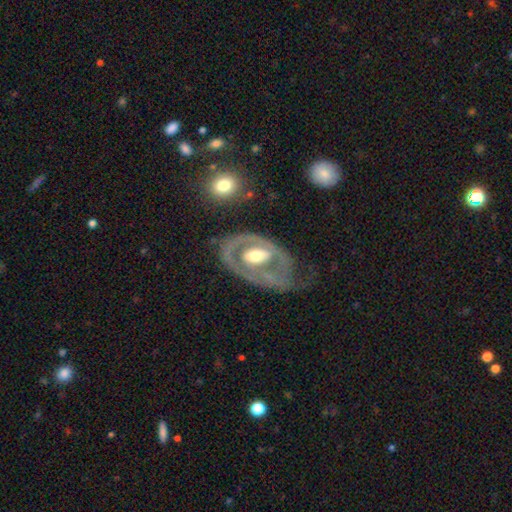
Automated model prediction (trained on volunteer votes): Overall: featured or disk (76%). Edge-on disk: no (94%). Bar: no (56%; weak 26%). Spiral arms: no (52%; yes 48%). Bulge size: moderate (67%). Merging: none (42%; major disturbance 30%).